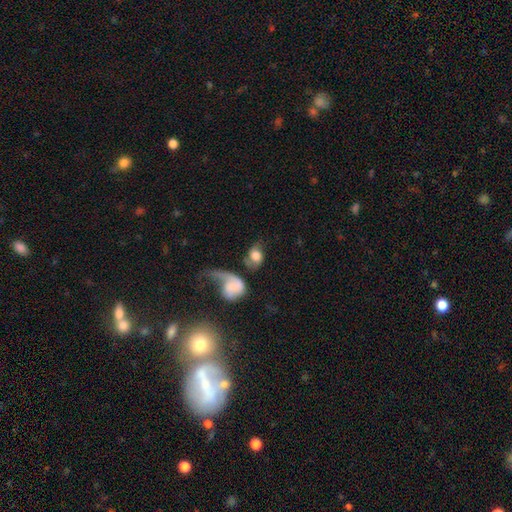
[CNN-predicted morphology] A smooth galaxy with no disk features (61%) that is in between round and cigar-shaped (61%).

Vote fractions:
- Smooth or featured? smooth: 61% / featured or disk: 30% / star or artifact: 9%
- How rounded? in between: 61% / round: 37% / cigar-shaped: 2%
- Merging? major disturbance: 32% / none: 29% / merger: 21% / minor disturbance: 17%